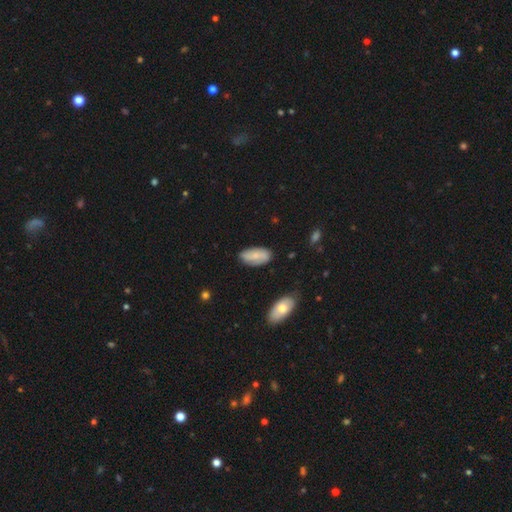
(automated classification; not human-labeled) This is likely a smooth galaxy (69%). How rounded: clearly in between (92%). Merging: likely none (79%).